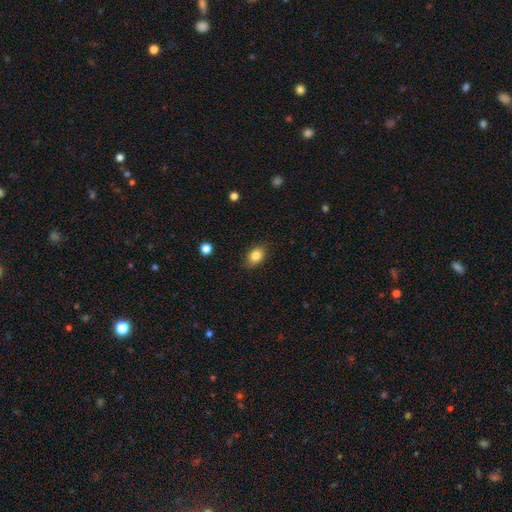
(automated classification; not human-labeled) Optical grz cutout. It shows a smooth galaxy with no disk features (83%) that is in between round and cigar-shaped (75%). Merging: none (85%).